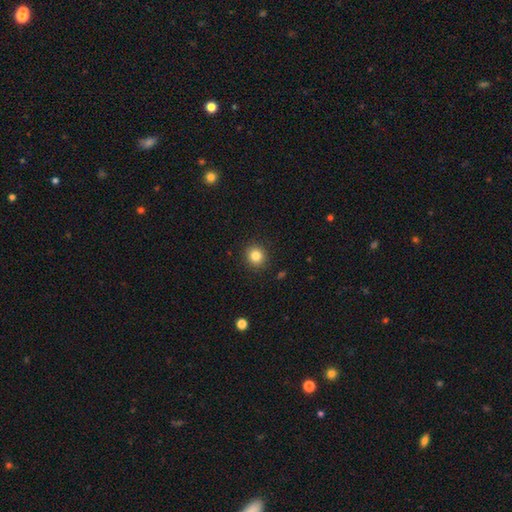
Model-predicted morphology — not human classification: smooth-or-featured: smooth: 83% | star or artifact: 11% | featured or disk: 6%
  how-rounded: round: 88% | in between: 11% | cigar-shaped: 1%
  merging: none: 91% | minor disturbance: 6% | major disturbance: 2% | merger: 1%